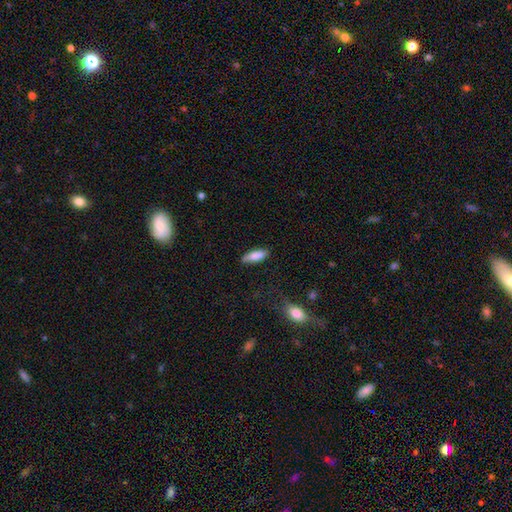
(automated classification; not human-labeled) Overall: smooth (84%). How rounded: in between (55%; cigar-shaped 43%). Merging: none (81%).